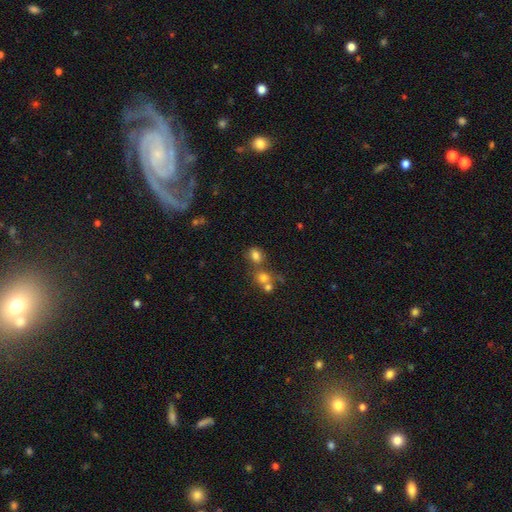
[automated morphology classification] Overall: smooth (76%). How rounded: in between (51%; round 48%). Merging: none (54%; merger 31%).